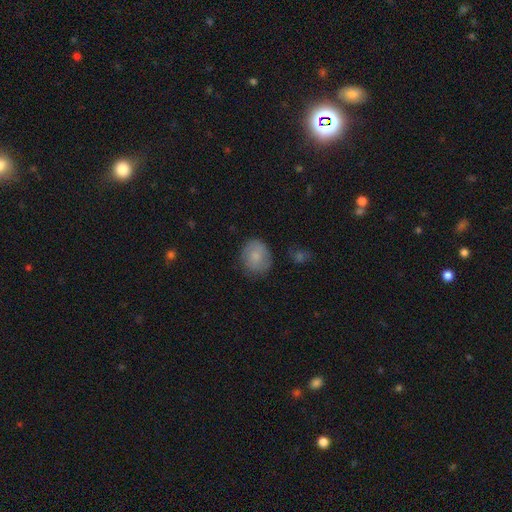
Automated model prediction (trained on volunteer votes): Q: Smooth or featured?
A: smooth (79%); runner-up: featured or disk (13%)
Q: How rounded?
A: round (63%); runner-up: in between (36%)
Q: Merging?
A: none (74%); runner-up: minor disturbance (19%)